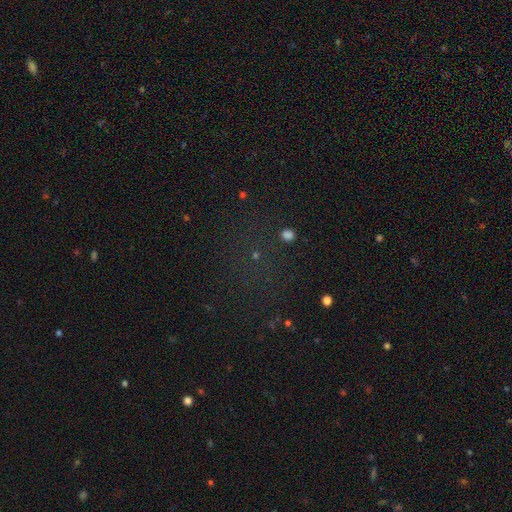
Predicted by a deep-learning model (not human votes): star or artifact 61%, smooth 28%, featured or disk 11%.